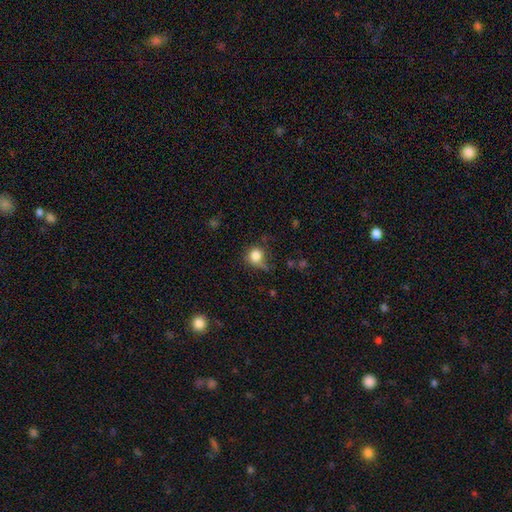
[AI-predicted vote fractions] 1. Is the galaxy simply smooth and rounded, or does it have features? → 81% smooth, 11% star or artifact, 8% featured or disk.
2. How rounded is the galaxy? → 83% round, 16% in between, 1% cigar-shaped.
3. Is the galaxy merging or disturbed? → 53% none, 31% minor disturbance, 13% major disturbance, 4% merger.